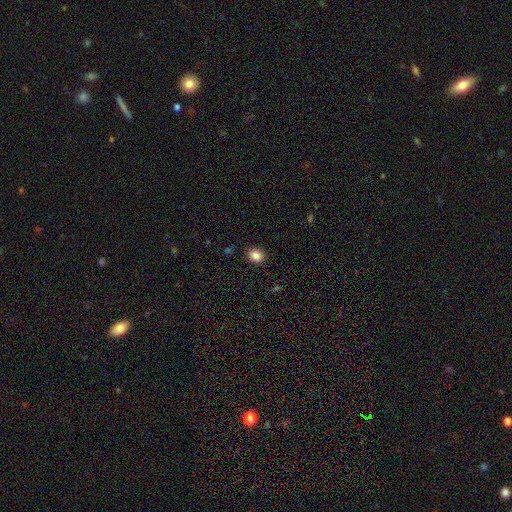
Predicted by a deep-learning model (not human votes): A smooth galaxy with no disk features (85%) that is round (73%). Merging: none (90%).